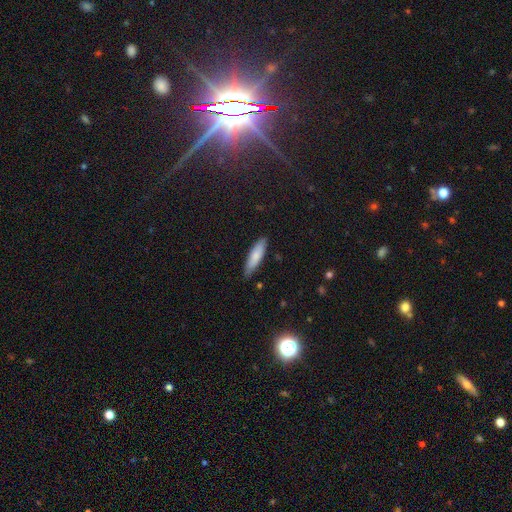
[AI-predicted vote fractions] smooth_or_featured: smooth (p=0.78) [alt: featured or disk p=0.16]
how_rounded: cigar-shaped (p=0.66) [alt: in between p=0.33]
merging: none (p=0.82) [alt: minor disturbance p=0.15]